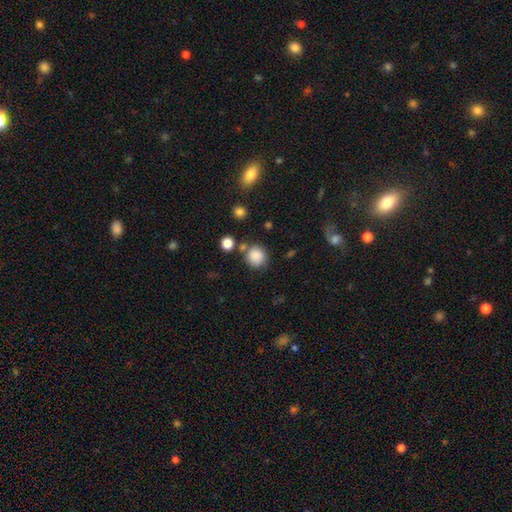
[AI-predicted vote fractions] The model was most divided on "merging": none: 73%, minor disturbance: 12%, merger: 10%, major disturbance: 4%. More confident: how rounded — round (87%); smooth or featured — smooth (85%).